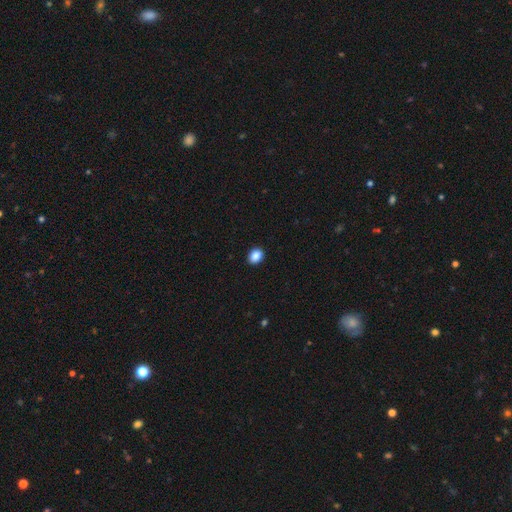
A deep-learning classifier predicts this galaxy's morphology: Smooth or featured? Predicted: smooth (p=0.88). How rounded? Predicted: in between (p=0.55). Merging? Predicted: none (p=0.92).